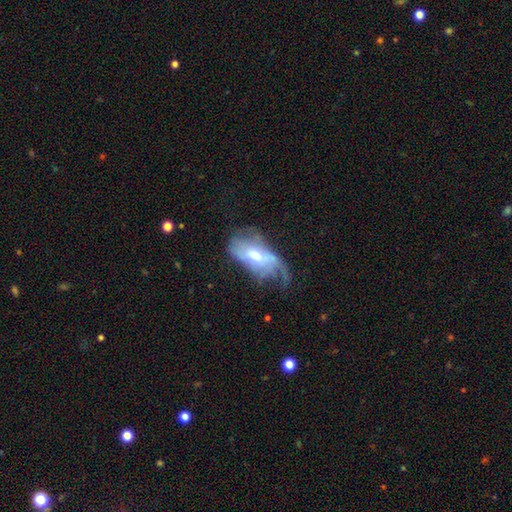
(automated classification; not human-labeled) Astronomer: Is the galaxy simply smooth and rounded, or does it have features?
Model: featured or disk — 61%.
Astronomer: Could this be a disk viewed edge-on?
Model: no — 90%.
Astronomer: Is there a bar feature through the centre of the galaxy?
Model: no — 59%.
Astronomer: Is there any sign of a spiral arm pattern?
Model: yes — 59% (runner-up: no, 41%).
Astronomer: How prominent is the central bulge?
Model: moderate — 62%.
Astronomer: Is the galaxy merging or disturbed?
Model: major disturbance — 39% (runner-up: none, 30%).